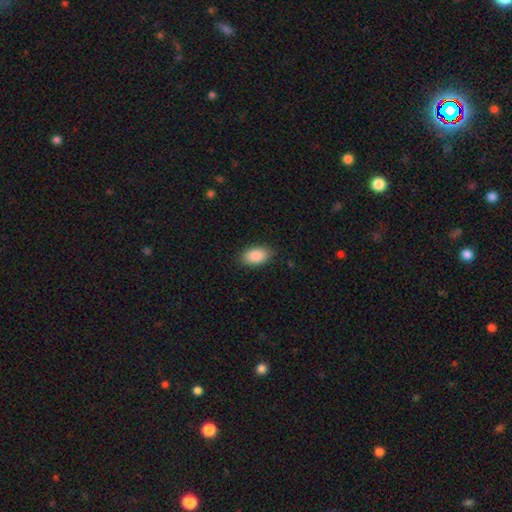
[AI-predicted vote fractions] smooth_or_featured: smooth (p=0.89) [alt: star or artifact p=0.07]
how_rounded: in between (p=0.93) [alt: round p=0.05]
merging: none (p=0.87) [alt: minor disturbance p=0.10]